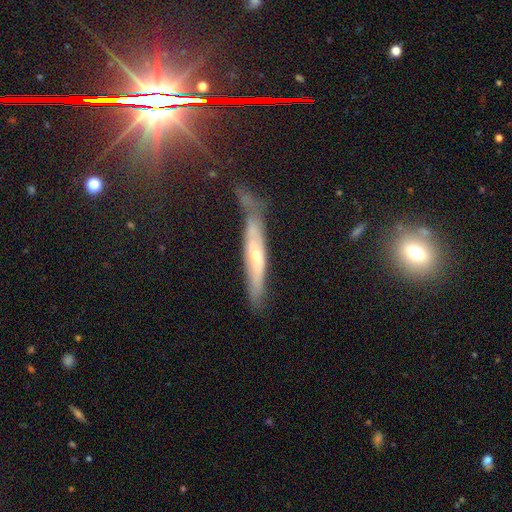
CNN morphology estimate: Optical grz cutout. It shows a featured or disk galaxy (58%) viewed edge-on (76%). Merging: none (64%).